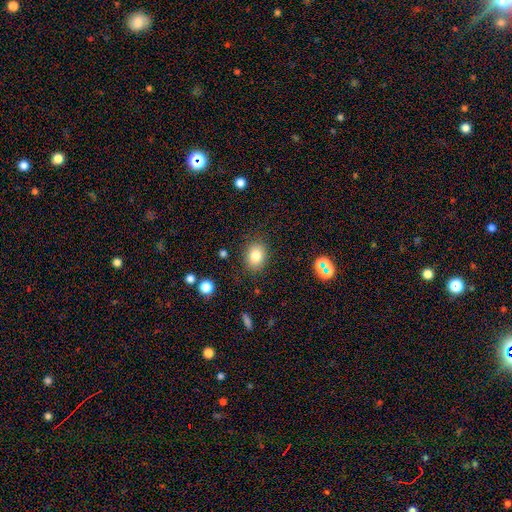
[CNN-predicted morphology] Smooth or featured: smooth — 80% (star or artifact — 11%)
How rounded: in between — 57% (round — 42%)
Merging: none — 84% (minor disturbance — 11%)